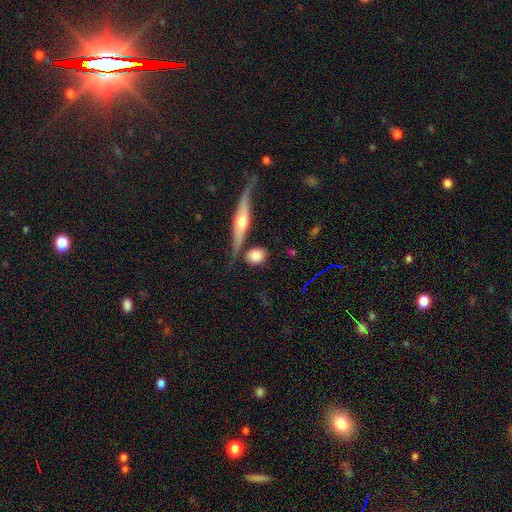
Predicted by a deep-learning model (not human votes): This appears to be a smooth galaxy with no disk features (77%) that is round (58%). Merging: none (69%).